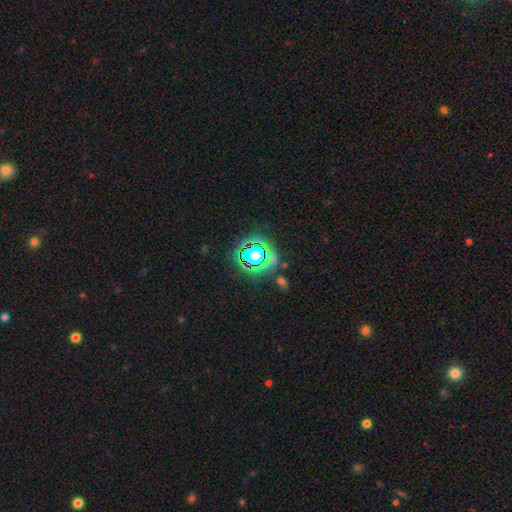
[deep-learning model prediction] Morphology: type=star or artifact (57%).